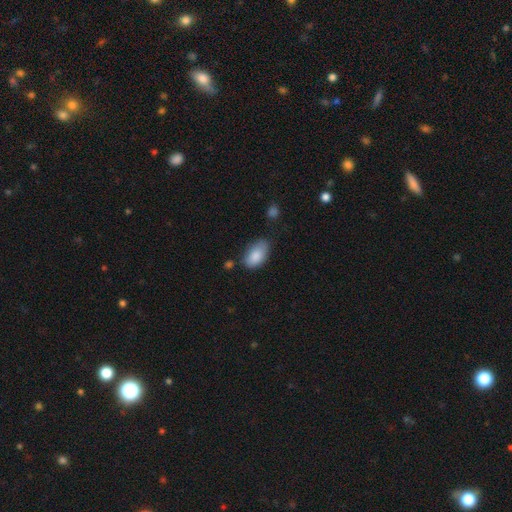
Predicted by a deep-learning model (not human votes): Smooth or featured? smooth (87%)
How rounded? in between (94%)
Merging? none (66%)